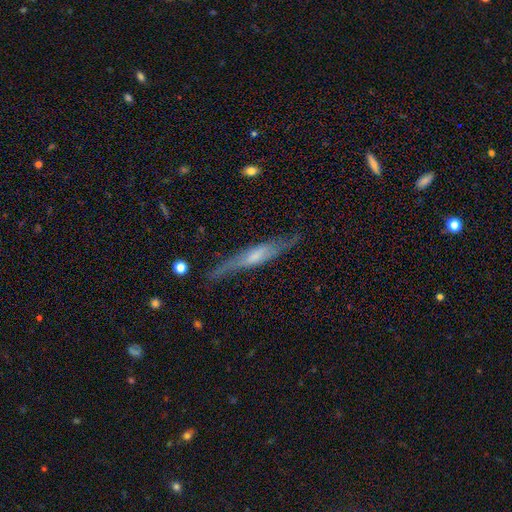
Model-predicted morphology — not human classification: Q: Smooth or featured?
A: featured or disk (68%); runner-up: smooth (25%)
Q: Edge-on disk?
A: yes (80%); runner-up: no (20%)
Q: Edge-on bulge?
A: rounded (44%); runner-up: none (31%)
Q: Merging?
A: none (71%); runner-up: minor disturbance (20%)